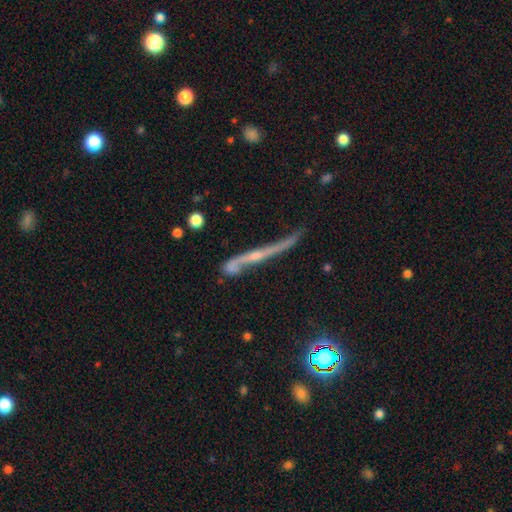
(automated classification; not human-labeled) A featured or disk galaxy (70%) viewed edge-on (81%) with a rounded central bulge (52%). Merging: none (49%).